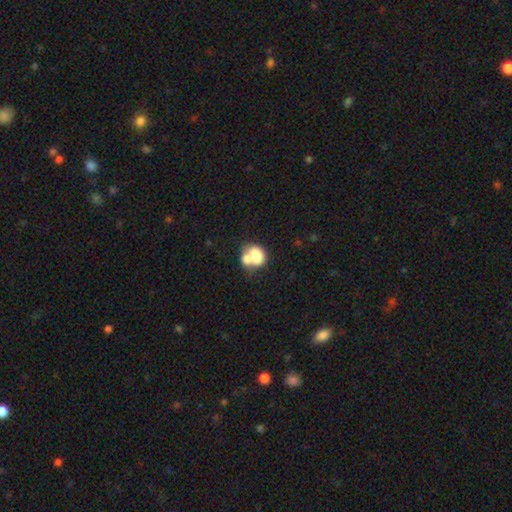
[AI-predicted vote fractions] smooth 72%, featured or disk 19%, star or artifact 9%. Down the decision tree: how rounded — in between (53%); merging — merger (61%).